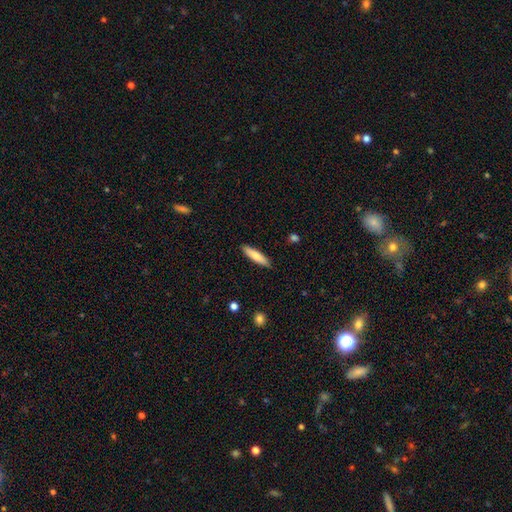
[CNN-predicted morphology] smooth_or_featured: smooth (p=0.76) [alt: featured or disk p=0.18]
how_rounded: cigar-shaped (p=0.78) [alt: in between p=0.21]
merging: none (p=0.89) [alt: minor disturbance p=0.08]